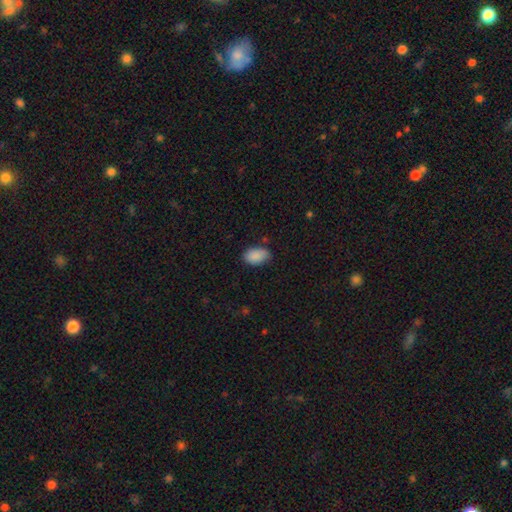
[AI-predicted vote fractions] smooth 89%, star or artifact 7%, featured or disk 4%. Down the decision tree: how rounded — in between (91%); merging — none (76%).